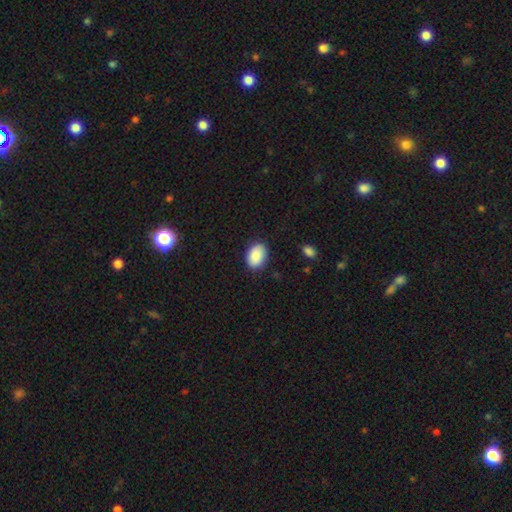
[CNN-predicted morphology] smooth-or-featured: smooth: 90% | star or artifact: 6% | featured or disk: 4%
  how-rounded: in between: 83% | round: 16% | cigar-shaped: 1%
  merging: none: 86% | minor disturbance: 11% | major disturbance: 2% | merger: 1%